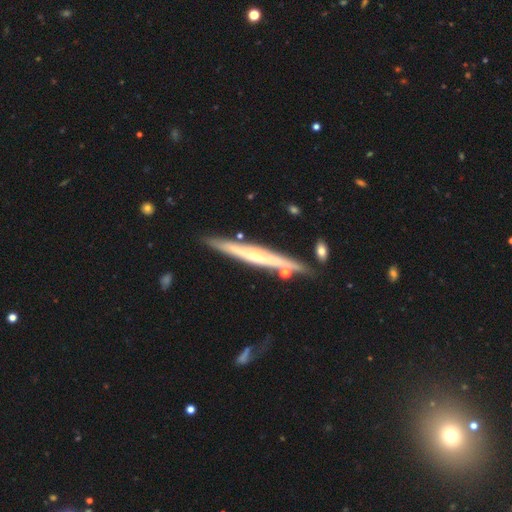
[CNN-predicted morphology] Q: Smooth or featured?
A: featured or disk (69%); runner-up: smooth (26%)
Q: Edge-on disk?
A: yes (92%); runner-up: no (8%)
Q: Edge-on bulge?
A: rounded (63%); runner-up: none (33%)
Q: Merging?
A: none (81%); runner-up: minor disturbance (12%)